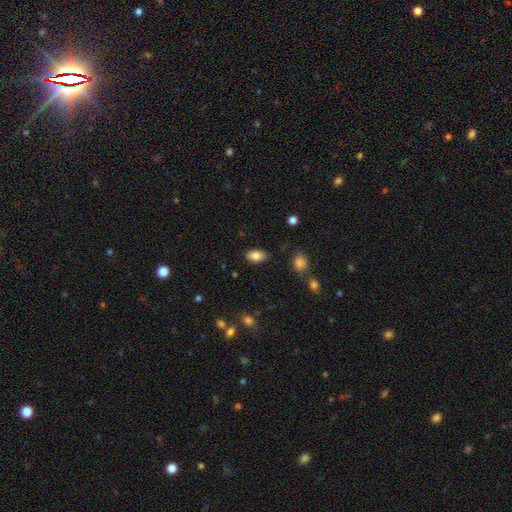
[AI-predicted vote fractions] Smooth or featured? Predicted: smooth (p=0.84). How rounded? Predicted: in between (p=0.92). Merging? Predicted: none (p=0.82).